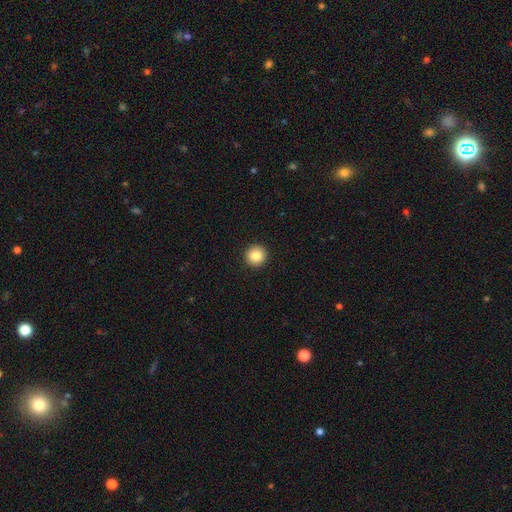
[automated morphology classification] type=smooth (86%); roundness=round (95%); merging=none (94%).